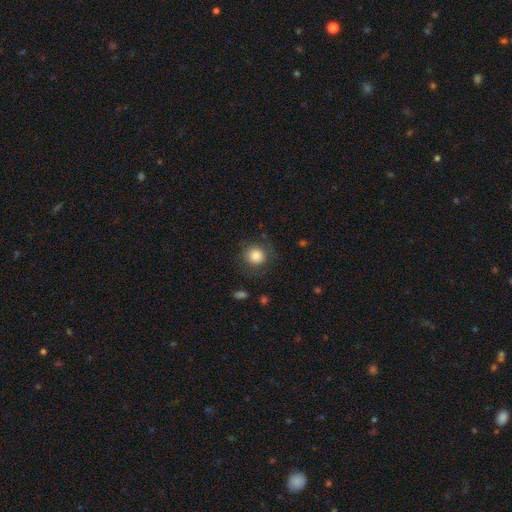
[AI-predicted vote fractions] Morphology: type=smooth (84%); roundness=round (88%); merging=none (79%).